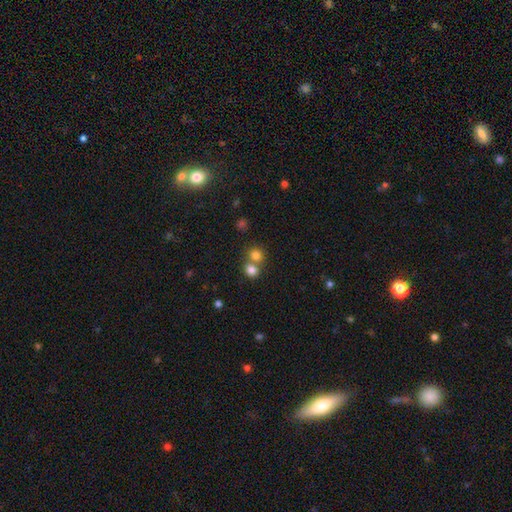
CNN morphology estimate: Smooth or featured: smooth — 79% (star or artifact — 14%)
How rounded: round — 83% (in between — 16%)
Merging: none — 49% (merger — 43%)